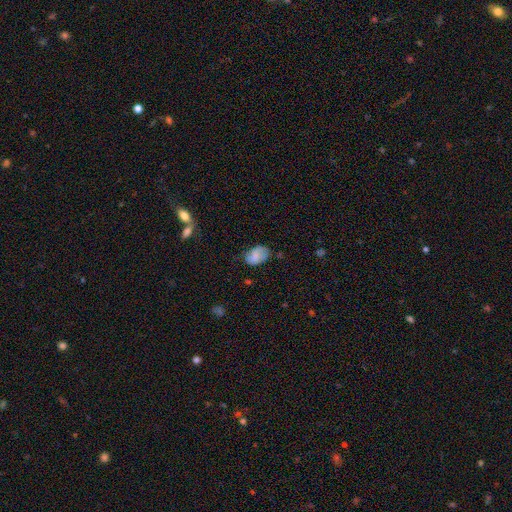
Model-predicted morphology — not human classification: Smooth or featured: smooth — 65% (featured or disk — 27%)
How rounded: in between — 87% (round — 12%)
Merging: none — 57% (minor disturbance — 31%)